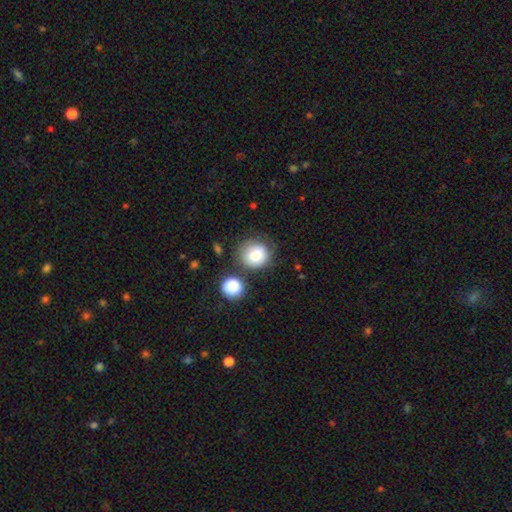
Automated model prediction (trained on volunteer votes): The model was most divided on "merging": none: 66%, minor disturbance: 14%, merger: 14%, major disturbance: 5%. More confident: how rounded — round (87%); smooth or featured — smooth (82%).